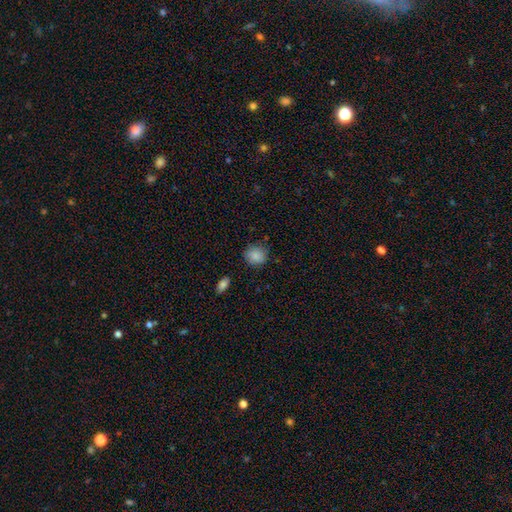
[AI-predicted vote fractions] Smooth or featured?
  - smooth: 88% *
  - star or artifact: 8%
  - featured or disk: 5%
How rounded?
  - round: 82% *
  - in between: 17%
  - cigar-shaped: 1%
Merging?
  - none: 81% *
  - minor disturbance: 15%
  - major disturbance: 3%
  - merger: 2%